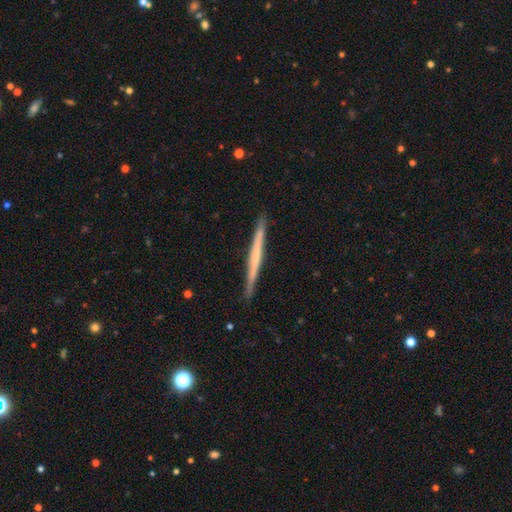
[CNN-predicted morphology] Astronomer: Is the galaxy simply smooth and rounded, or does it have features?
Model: featured or disk — 53% (runner-up: smooth, 42%).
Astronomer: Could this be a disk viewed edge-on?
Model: yes — 98%.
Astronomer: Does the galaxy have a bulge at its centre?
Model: none — 83%.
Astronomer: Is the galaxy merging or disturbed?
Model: none — 91%.